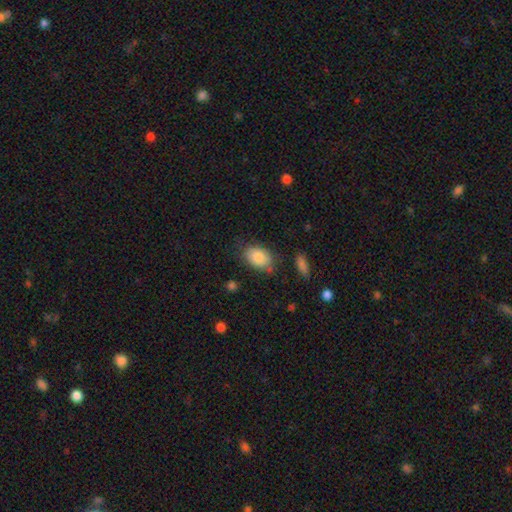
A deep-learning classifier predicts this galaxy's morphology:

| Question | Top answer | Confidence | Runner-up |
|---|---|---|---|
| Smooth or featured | smooth | 84% | featured or disk (8%) |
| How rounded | in between | 83% | round (16%) |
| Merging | none | 74% | minor disturbance (19%) |